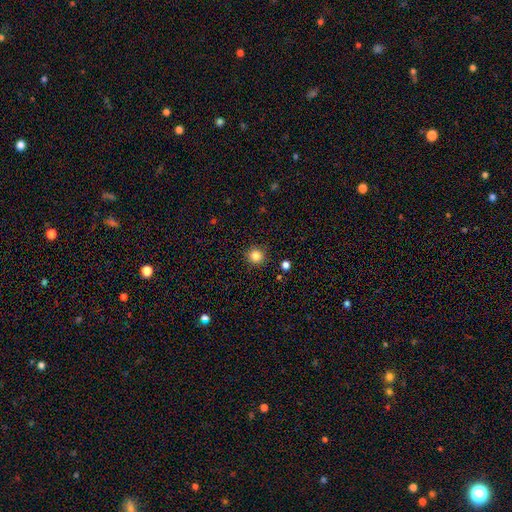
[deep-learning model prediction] Smooth or featured? smooth (84%)
How rounded? round (94%)
Merging? none (91%)